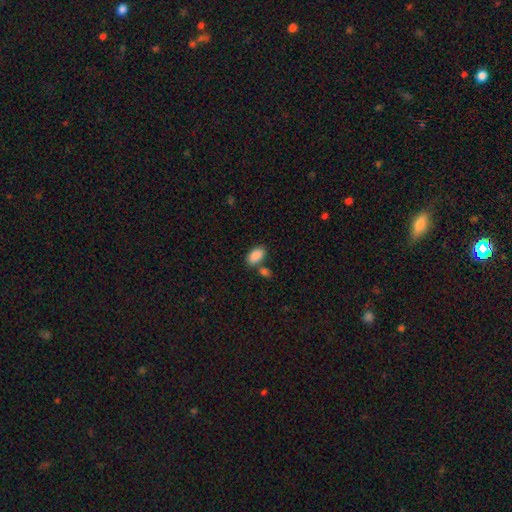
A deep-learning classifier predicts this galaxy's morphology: Smooth or featured? smooth (89%)
How rounded? in between (93%)
Merging? none (67%)